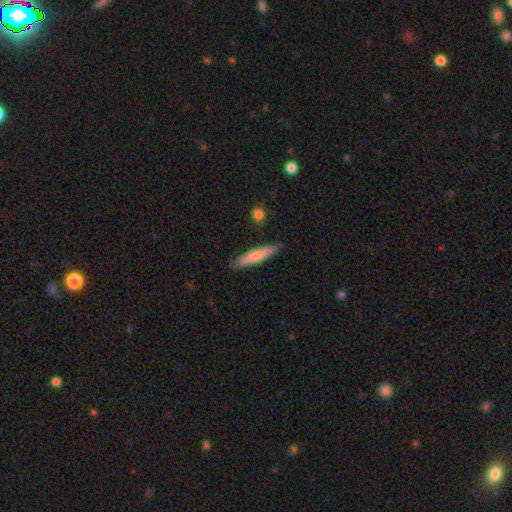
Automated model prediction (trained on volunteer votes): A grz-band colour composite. It shows a smooth galaxy with no disk features (73%) that is cigar-shaped (88%). Merging: none (85%).